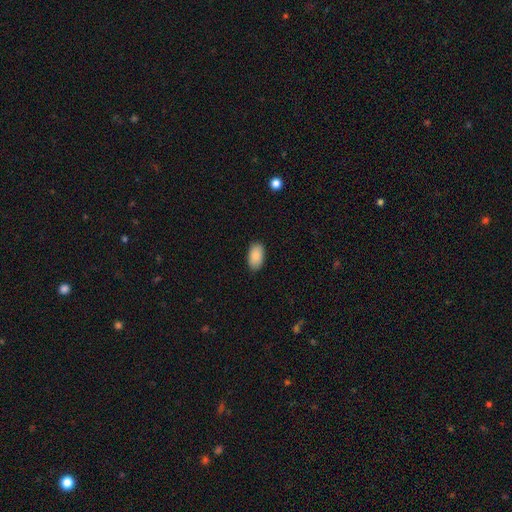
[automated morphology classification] This is clearly a smooth galaxy (90%). How rounded: clearly in between (95%). Merging: clearly none (88%).